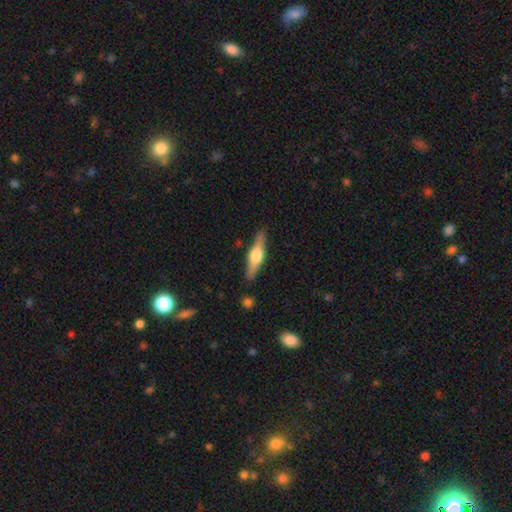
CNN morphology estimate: Smooth or featured?
  - featured or disk: 62% *
  - smooth: 32%
  - star or artifact: 5%
Edge-on disk?
  - yes: 96% *
  - no: 4%
Edge-on bulge?
  - rounded: 91% *
  - boxy: 7%
  - none: 2%
Merging?
  - none: 87% *
  - minor disturbance: 9%
  - major disturbance: 2%
  - merger: 2%